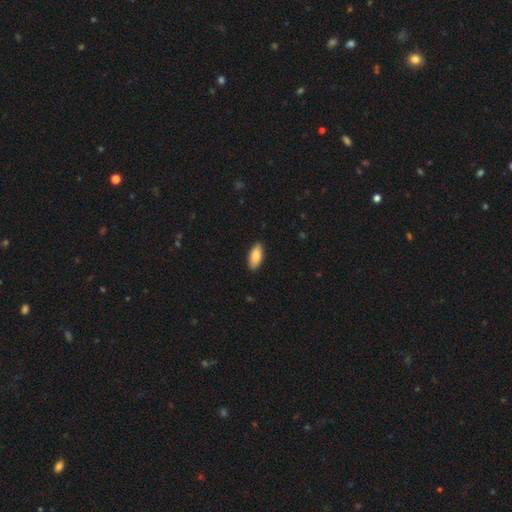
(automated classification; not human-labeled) Overall: smooth (87%). How rounded: in between (85%). Merging: none (88%).